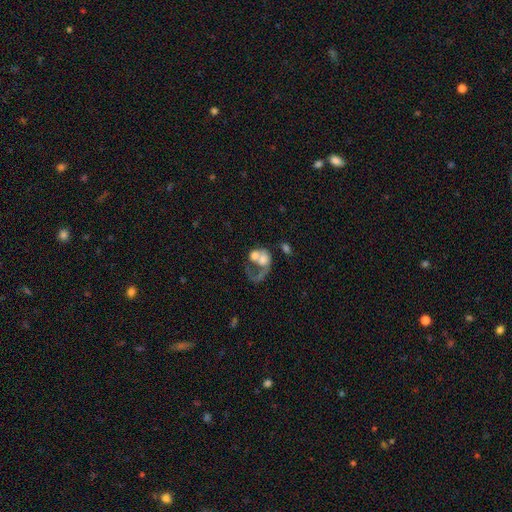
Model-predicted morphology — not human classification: smooth_or_featured: featured or disk (p=0.50) [alt: smooth p=0.40]
disk_edge_on: no (p=0.98) [alt: yes p=0.02]
merging: merger (p=0.54) [alt: major disturbance p=0.27]